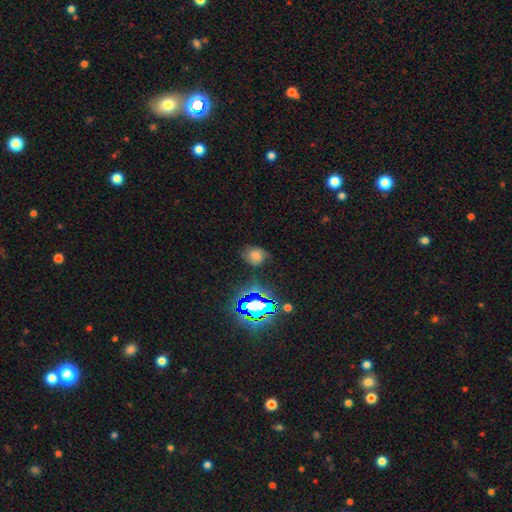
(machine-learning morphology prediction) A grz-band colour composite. It shows a smooth galaxy with no disk features (42%). Merging: none (68%).